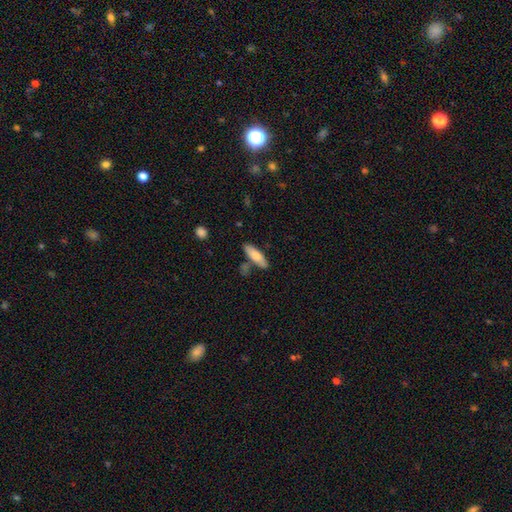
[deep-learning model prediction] Morphology: type=smooth (71%); roundness=cigar-shaped (49%, tied with in between); merging=none (76%).